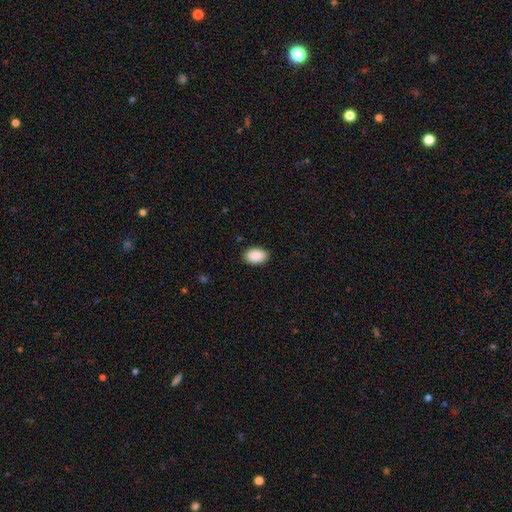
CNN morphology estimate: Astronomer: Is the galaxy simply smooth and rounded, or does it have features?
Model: smooth — 90%.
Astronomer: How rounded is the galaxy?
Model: in between — 91%.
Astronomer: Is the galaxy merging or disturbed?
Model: none — 88%.